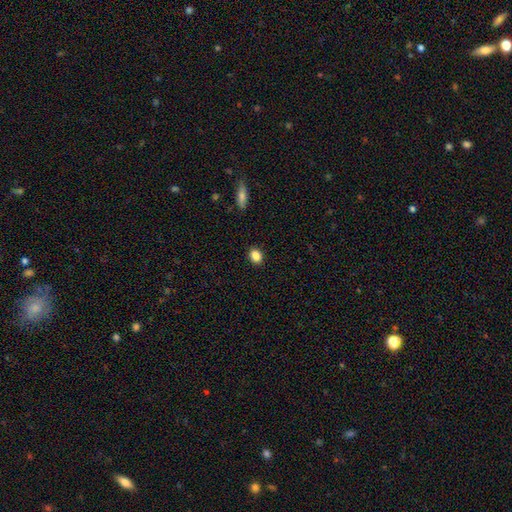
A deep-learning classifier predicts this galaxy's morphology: This appears to be a smooth galaxy with no disk features (86%) that is in between round and cigar-shaped (62%). Merging: none (89%).